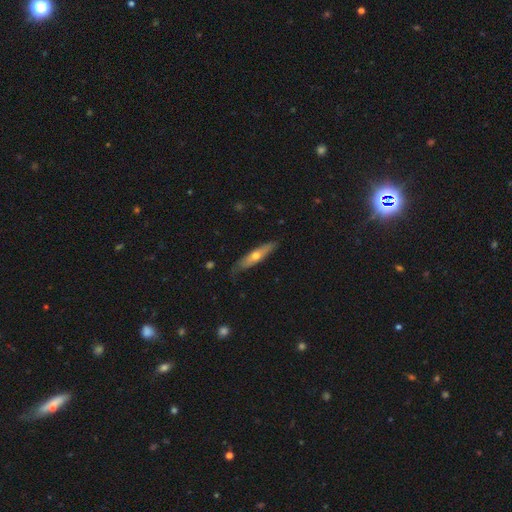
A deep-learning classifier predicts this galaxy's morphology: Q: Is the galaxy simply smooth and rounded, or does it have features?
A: smooth — 49%.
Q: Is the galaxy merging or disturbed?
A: none — 78%.